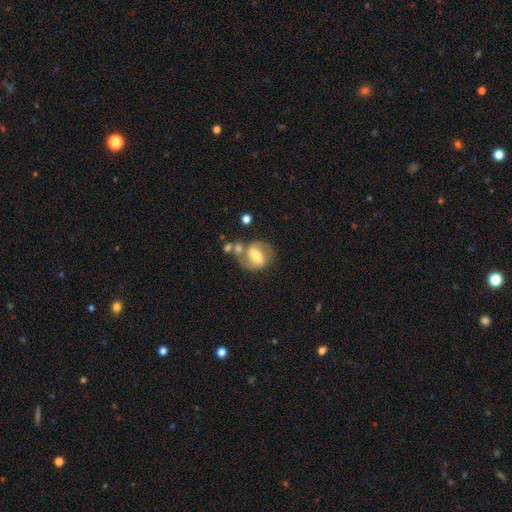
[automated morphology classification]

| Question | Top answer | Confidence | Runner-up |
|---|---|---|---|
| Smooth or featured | featured or disk | 60% | smooth (33%) |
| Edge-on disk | no | 96% | yes (4%) |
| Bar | strong | 41% | weak (40%) |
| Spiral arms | yes | 77% | no (23%) |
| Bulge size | moderate | 59% | small (26%) |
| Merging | none | 56% | merger (20%) |